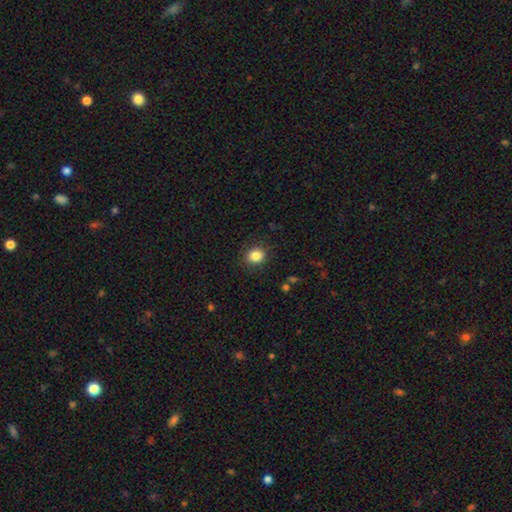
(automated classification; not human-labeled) Smooth or featured? smooth (85%)
How rounded? round (60%)
Merging? none (87%)